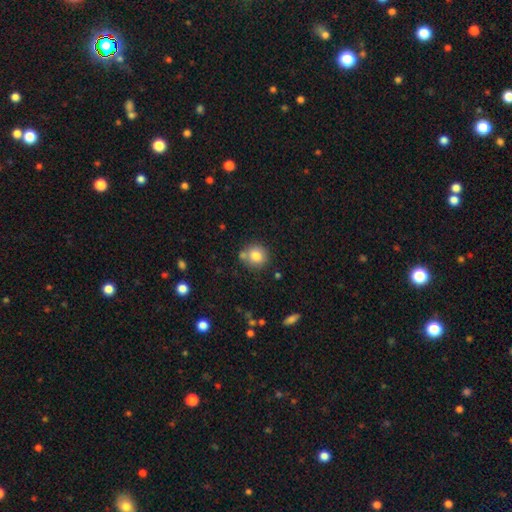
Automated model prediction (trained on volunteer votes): This appears to be a smooth galaxy with no disk features (80%) that is round (88%). Merging: none (67%).